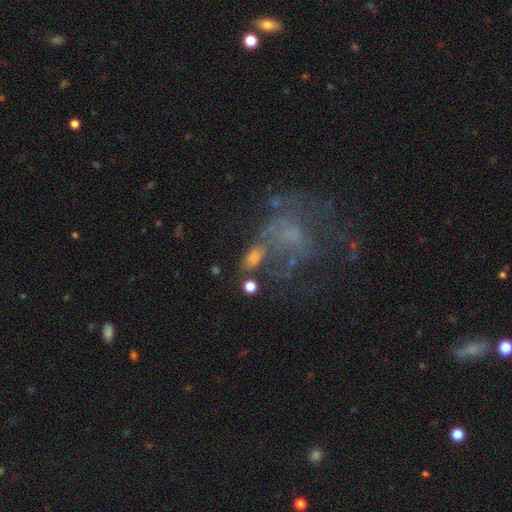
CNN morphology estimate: A featured or disk galaxy (52%) with no bar (84%), no spiral arms (73%) and no central bulge (53%).

Vote fractions:
- Smooth or featured? featured or disk: 52% / smooth: 26% / star or artifact: 21%
- Edge-on disk? no: 97% / yes: 3%
- Bar? no: 84% / weak: 13% / strong: 3%
- Spiral arms? no: 73% / yes: 27%
- Bulge size? none: 53% / small: 27% / moderate: 16% / large: 3% / dominant: 2%
- Merging? major disturbance: 39% / none: 33% / minor disturbance: 16% / merger: 13%